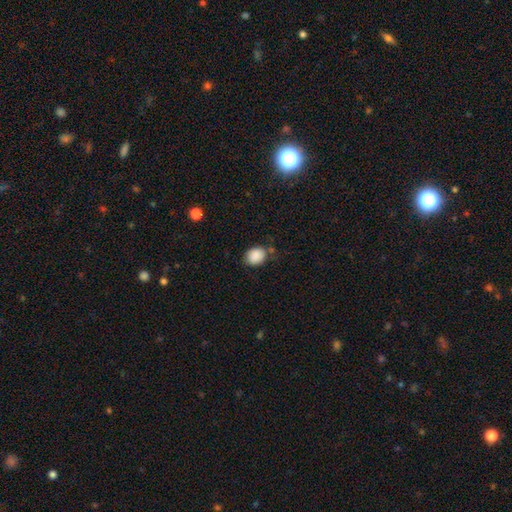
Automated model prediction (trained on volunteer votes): This appears to be a smooth galaxy with no disk features (88%) that is round (53%). Merging: none (69%).